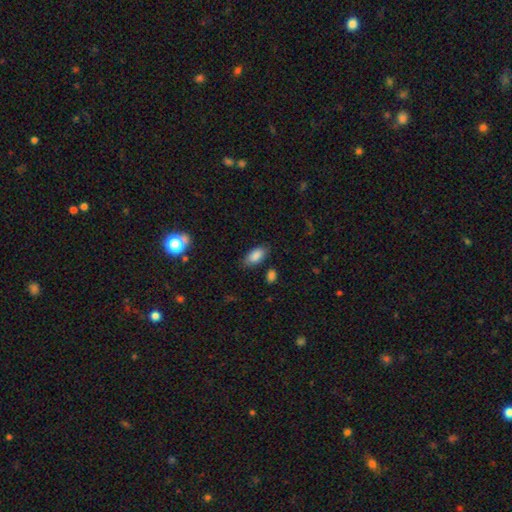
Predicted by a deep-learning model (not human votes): A smooth galaxy with no disk features (86%) that is in between round and cigar-shaped (91%).

Vote fractions:
- Smooth or featured? smooth: 86% / star or artifact: 8% / featured or disk: 6%
- How rounded? in between: 91% / cigar-shaped: 6% / round: 3%
- Merging? none: 78% / minor disturbance: 16% / major disturbance: 4% / merger: 3%